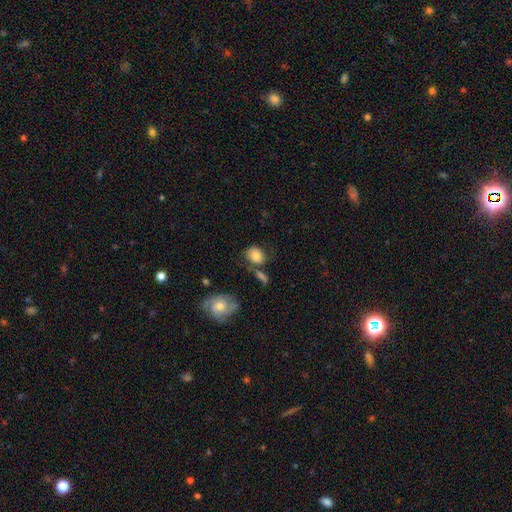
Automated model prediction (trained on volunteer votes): Smooth or featured? Predicted: smooth (p=0.79). How rounded? Predicted: in between (p=0.53). Merging? Predicted: none (p=0.58).